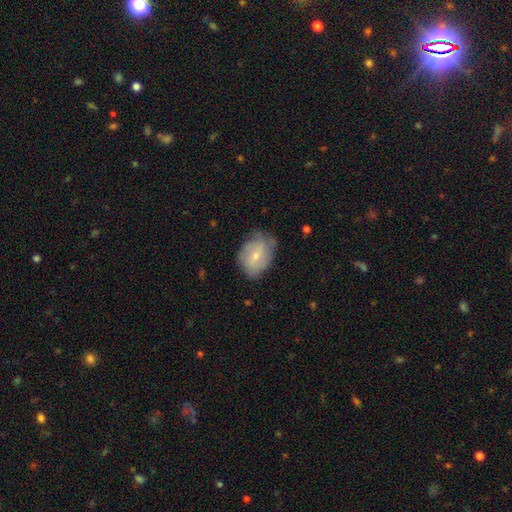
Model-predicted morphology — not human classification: smooth-or-featured: smooth: 54% | featured or disk: 38% | star or artifact: 8%
  how-rounded: in between: 73% | round: 25% | cigar-shaped: 1%
  merging: none: 62% | minor disturbance: 29% | major disturbance: 8% | merger: 1%